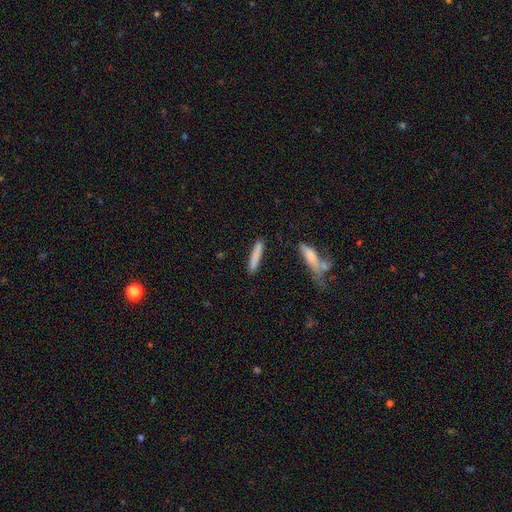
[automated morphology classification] smooth 80%, featured or disk 14%, star or artifact 6%. Down the decision tree: how rounded — cigar-shaped (92%); merging — none (84%).